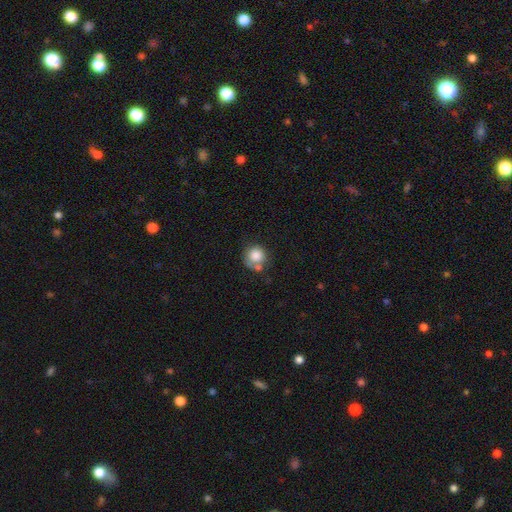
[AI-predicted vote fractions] smooth-or-featured: smooth: 81% | featured or disk: 11% | star or artifact: 8%
  how-rounded: round: 88% | in between: 11% | cigar-shaped: 1%
  merging: none: 48% | merger: 22% | minor disturbance: 19% | major disturbance: 10%